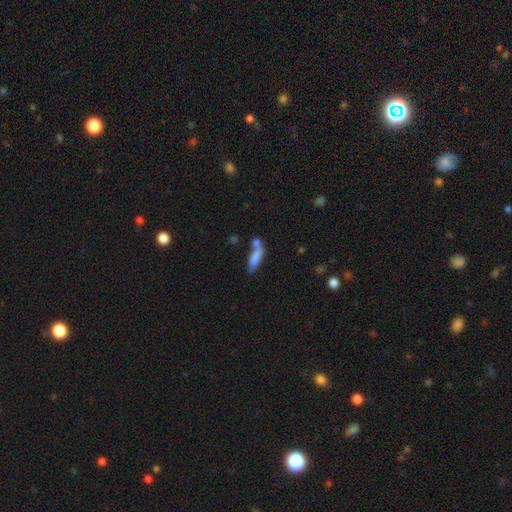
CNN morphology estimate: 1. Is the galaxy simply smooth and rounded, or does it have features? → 77% smooth, 15% featured or disk, 8% star or artifact.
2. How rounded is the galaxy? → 51% cigar-shaped, 46% in between, 3% round.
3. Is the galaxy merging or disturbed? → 40% none, 37% merger, 16% minor disturbance, 7% major disturbance.